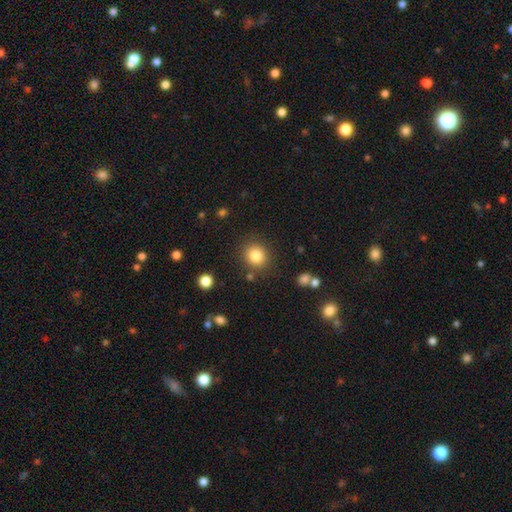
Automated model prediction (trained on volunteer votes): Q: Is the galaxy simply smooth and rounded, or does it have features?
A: smooth — 84%.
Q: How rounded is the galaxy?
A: round — 86%.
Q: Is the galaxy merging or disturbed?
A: none — 85%.